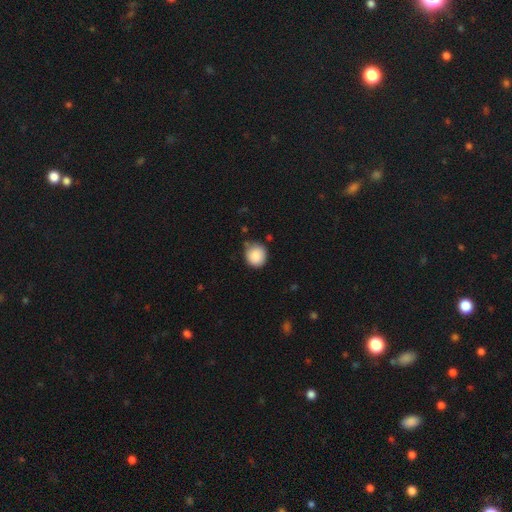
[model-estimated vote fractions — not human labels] This appears to be a smooth galaxy with no disk features (88%) that is round (88%). Merging: none (70%).